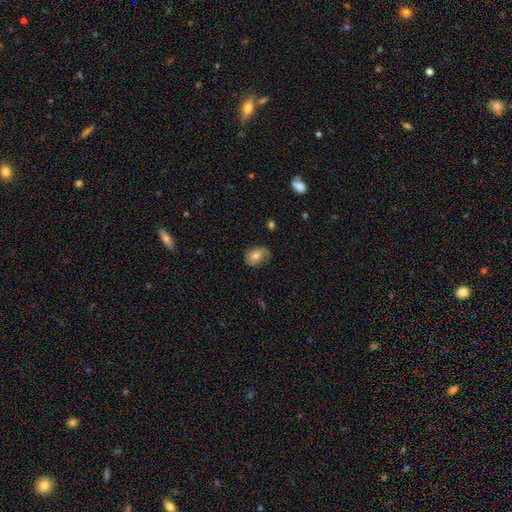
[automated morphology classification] Q: Smooth or featured?
A: smooth (54%); runner-up: featured or disk (37%)
Q: How rounded?
A: in between (58%); runner-up: round (40%)
Q: Merging?
A: none (63%); runner-up: minor disturbance (26%)